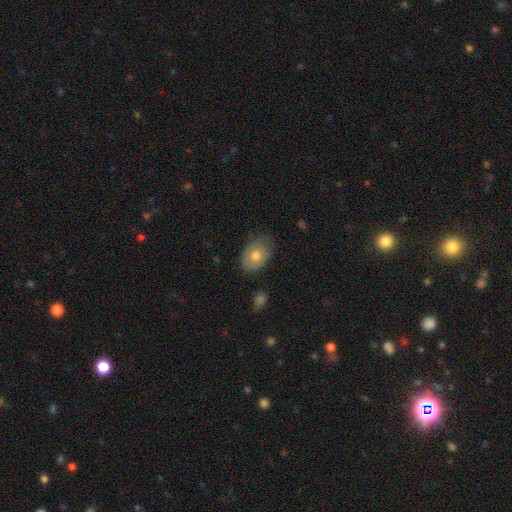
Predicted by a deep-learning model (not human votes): Smooth or featured?
  - smooth: 69% *
  - featured or disk: 24%
  - star or artifact: 8%
How rounded?
  - in between: 79% *
  - round: 20%
  - cigar-shaped: 1%
Merging?
  - none: 74% *
  - minor disturbance: 20%
  - major disturbance: 4%
  - merger: 1%